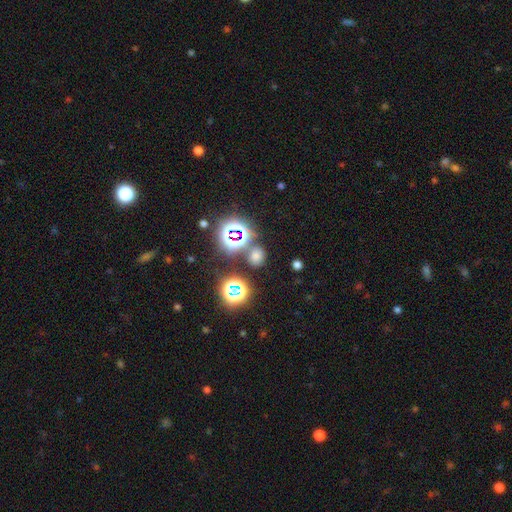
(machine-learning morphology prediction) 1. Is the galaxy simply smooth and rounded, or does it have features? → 57% smooth, 37% star or artifact, 7% featured or disk.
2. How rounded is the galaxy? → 66% round, 32% in between, 1% cigar-shaped.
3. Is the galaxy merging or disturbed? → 77% none, 10% merger, 10% minor disturbance, 4% major disturbance.